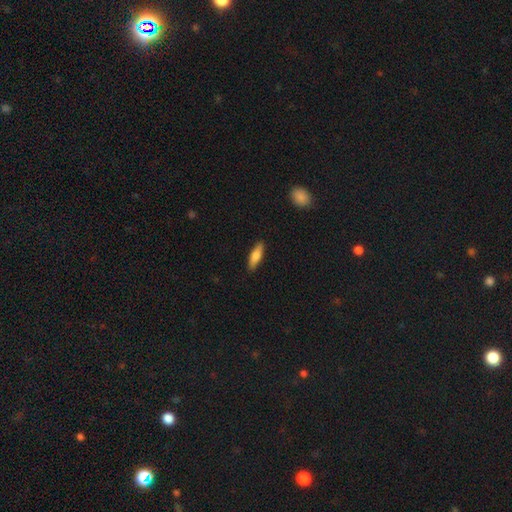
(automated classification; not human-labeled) The model was most divided on "how rounded": cigar-shaped: 57%, in between: 41%, round: 2%. More confident: merging — none (87%); smooth or featured — smooth (72%).